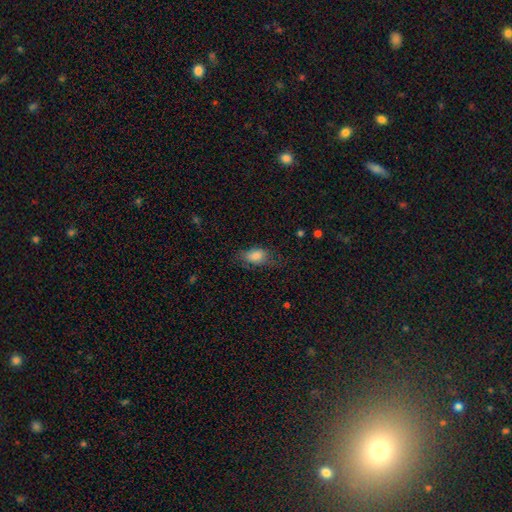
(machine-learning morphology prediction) This appears to be a smooth galaxy with no disk features (80%) that is in between round and cigar-shaped (86%). Merging: none (56%).